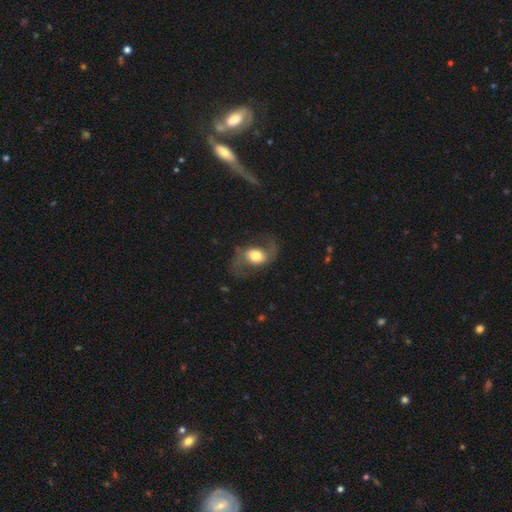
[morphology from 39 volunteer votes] A featured or disk galaxy (77%) with no bar (50%), 2 (100%) loose (59%) spiral arms (97%) and a moderate central bulge (50%). Merging: none (73%).